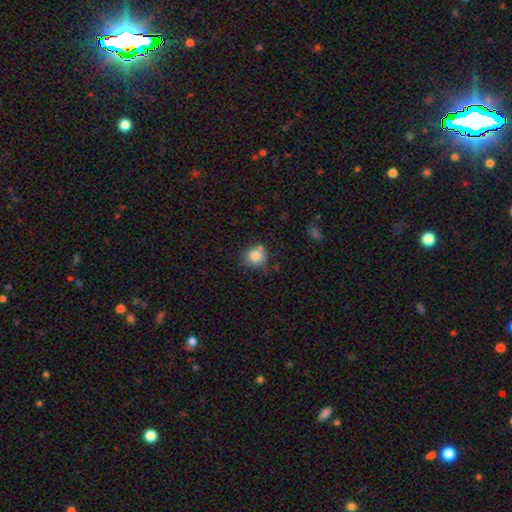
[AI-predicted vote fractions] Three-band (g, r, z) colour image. It shows a smooth galaxy with no disk features (81%) that is round (85%). Merging: none (67%).